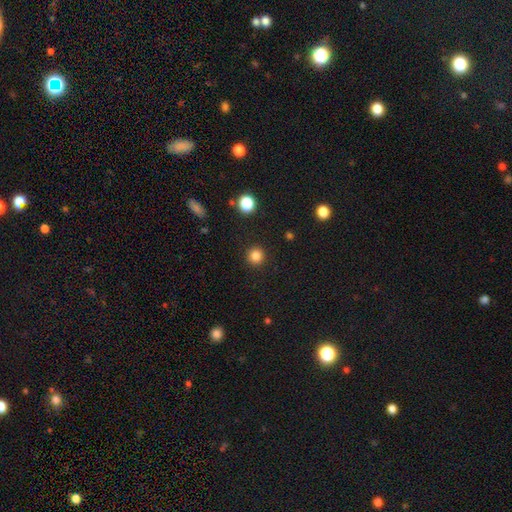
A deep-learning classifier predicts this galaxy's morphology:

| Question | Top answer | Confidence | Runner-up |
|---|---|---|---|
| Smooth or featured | smooth | 84% | star or artifact (12%) |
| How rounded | round | 94% | in between (5%) |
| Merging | none | 92% | minor disturbance (5%) |